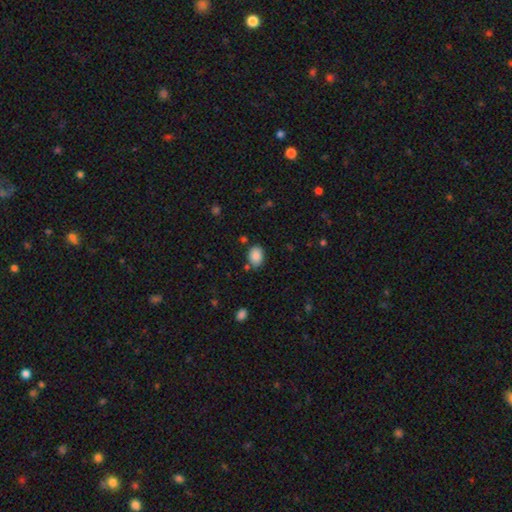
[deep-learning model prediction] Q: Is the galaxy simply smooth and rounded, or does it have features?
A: smooth — 88%.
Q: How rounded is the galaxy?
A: in between — 73%.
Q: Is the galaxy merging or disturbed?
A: none — 76%.